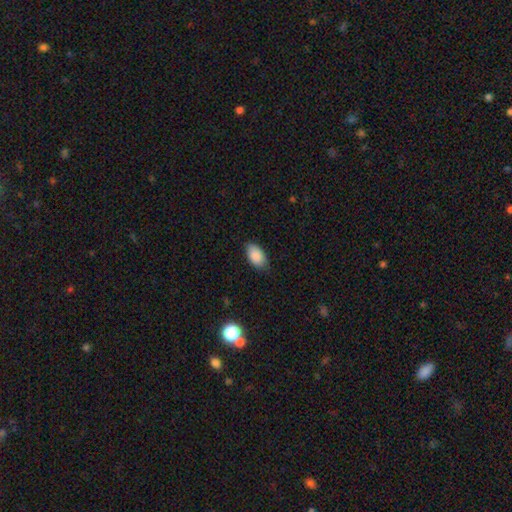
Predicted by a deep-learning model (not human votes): A smooth galaxy with no disk features (87%) that is in between round and cigar-shaped (94%).

Vote fractions:
- Smooth or featured? smooth: 87% / star or artifact: 7% / featured or disk: 6%
- How rounded? in between: 94% / round: 5% / cigar-shaped: 2%
- Merging? none: 79% / minor disturbance: 18% / major disturbance: 3% / merger: 1%